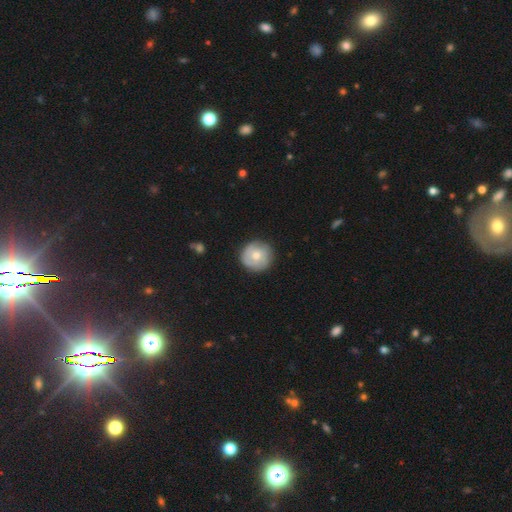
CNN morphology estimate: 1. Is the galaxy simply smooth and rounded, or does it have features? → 66% smooth, 27% featured or disk, 6% star or artifact.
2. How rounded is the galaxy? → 95% round, 4% in between, 1% cigar-shaped.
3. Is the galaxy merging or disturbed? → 85% none, 12% minor disturbance, 2% major disturbance, 1% merger.